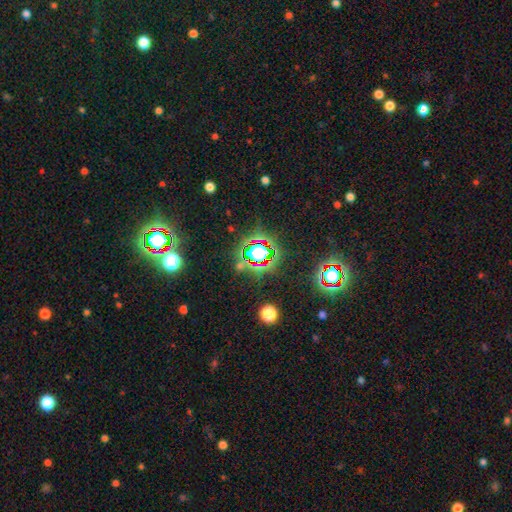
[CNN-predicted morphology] A star or artifact, not a galaxy (80%).

Vote fractions:
- Smooth or featured? star or artifact: 80% / smooth: 12% / featured or disk: 8%